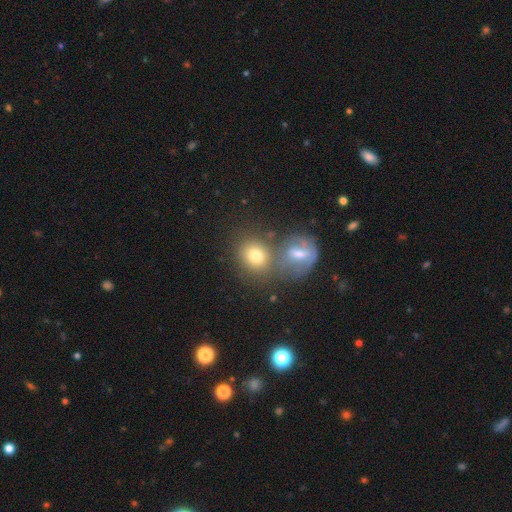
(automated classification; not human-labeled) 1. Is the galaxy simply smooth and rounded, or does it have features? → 72% smooth, 18% featured or disk, 10% star or artifact.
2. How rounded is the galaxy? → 66% round, 32% in between, 1% cigar-shaped.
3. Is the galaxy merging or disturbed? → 47% none, 39% merger, 10% minor disturbance, 5% major disturbance.